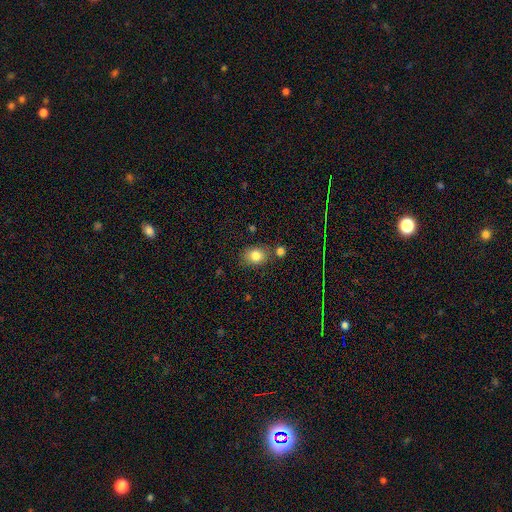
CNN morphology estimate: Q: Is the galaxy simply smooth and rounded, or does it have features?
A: smooth — 82%.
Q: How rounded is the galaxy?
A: in between — 52%.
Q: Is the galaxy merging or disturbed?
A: none — 73%.